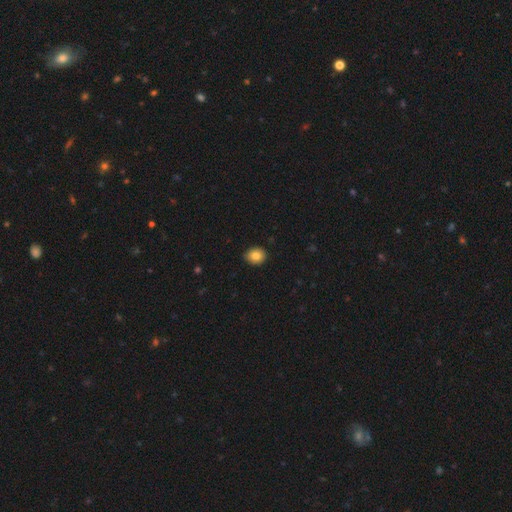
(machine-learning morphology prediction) Q: Smooth or featured?
A: smooth (83%); runner-up: star or artifact (9%)
Q: How rounded?
A: round (59%); runner-up: in between (40%)
Q: Merging?
A: none (87%); runner-up: minor disturbance (11%)